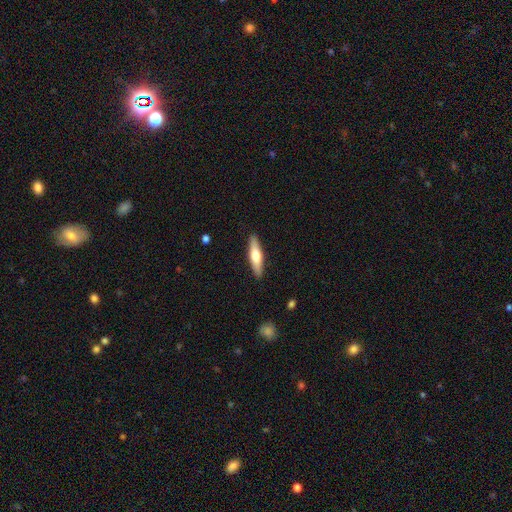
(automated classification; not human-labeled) smooth-or-featured: smooth: 50% | featured or disk: 45% | star or artifact: 5%
  how-rounded: cigar-shaped: 76% | in between: 23% | round: 2%
  merging: none: 90% | minor disturbance: 7% | major disturbance: 2% | merger: 1%